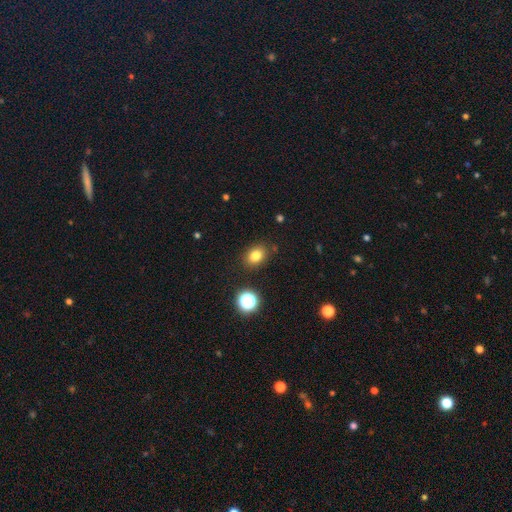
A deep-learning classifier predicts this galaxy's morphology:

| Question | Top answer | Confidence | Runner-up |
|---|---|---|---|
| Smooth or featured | smooth | 80% | star or artifact (13%) |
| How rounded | in between | 60% | round (39%) |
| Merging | none | 85% | minor disturbance (10%) |